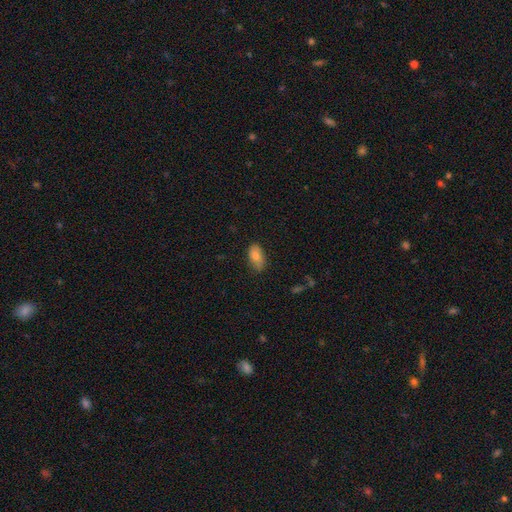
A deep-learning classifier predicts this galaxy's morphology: type=smooth (81%); roundness=in between (92%); merging=none (78%).